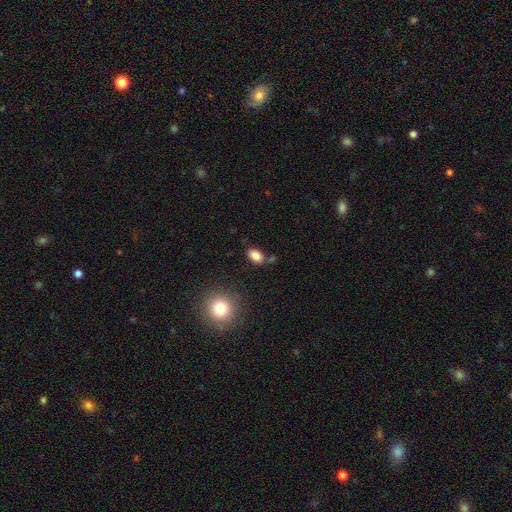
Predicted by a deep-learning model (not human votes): This is clearly a smooth galaxy (85%). How rounded: clearly in between (87%). Merging: likely none (77%).